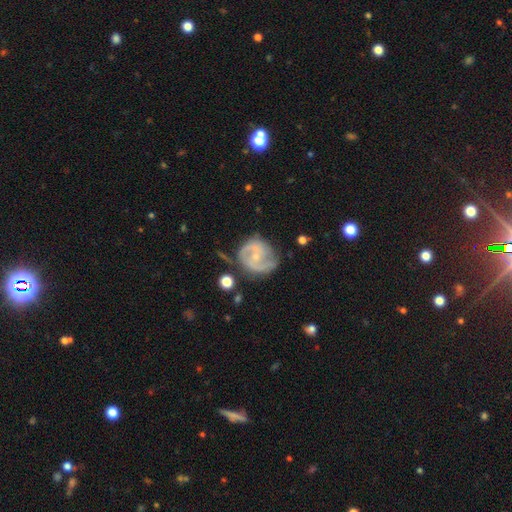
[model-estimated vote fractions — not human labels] Smooth or featured?
  - featured or disk: 81% *
  - smooth: 13%
  - star or artifact: 6%
Edge-on disk?
  - no: 98% *
  - yes: 2%
Bar?
  - no: 57% *
  - weak: 34%
  - strong: 9%
Spiral arms?
  - yes: 92% *
  - no: 8%
Spiral winding?
  - medium: 47% *
  - tight: 35%
  - loose: 17%
Spiral arm count?
  - 2: 80% *
  - can't tell: 9%
  - 3: 4%
  - 1: 4%
  - 4: 1%
  - more than 4: 1%
Bulge size?
  - small: 73% *
  - moderate: 21%
  - none: 4%
  - large: 1%
  - dominant: 1%
Merging?
  - none: 64% *
  - minor disturbance: 23%
  - major disturbance: 10%
  - merger: 3%